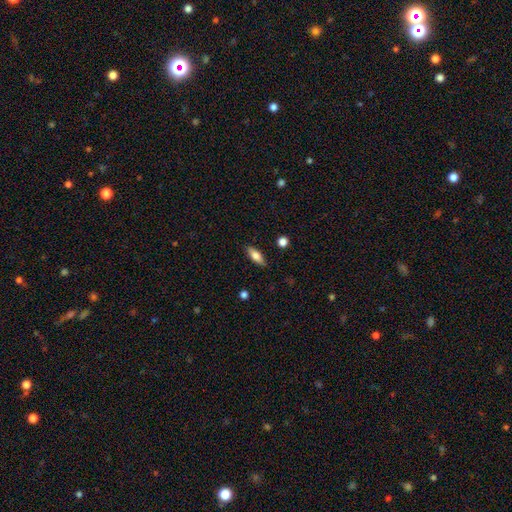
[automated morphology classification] Q: Smooth or featured?
A: smooth (69%); runner-up: featured or disk (24%)
Q: How rounded?
A: in between (69%); runner-up: cigar-shaped (28%)
Q: Merging?
A: none (87%); runner-up: minor disturbance (10%)